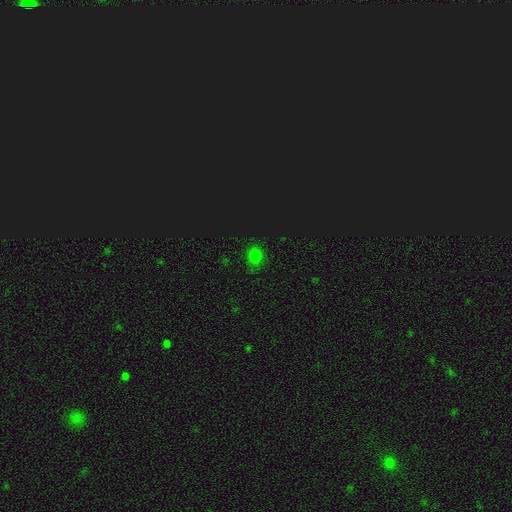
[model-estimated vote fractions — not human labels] Smooth or featured? Predicted: smooth (p=0.72). How rounded? Predicted: round (p=0.73). Merging? Predicted: none (p=0.82).